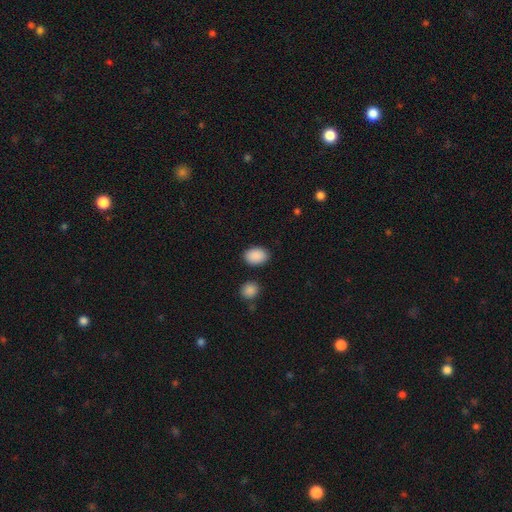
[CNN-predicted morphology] smooth-or-featured: smooth: 90% | star or artifact: 7% | featured or disk: 3%
  how-rounded: in between: 78% | round: 21% | cigar-shaped: 1%
  merging: none: 85% | minor disturbance: 9% | merger: 3% | major disturbance: 3%